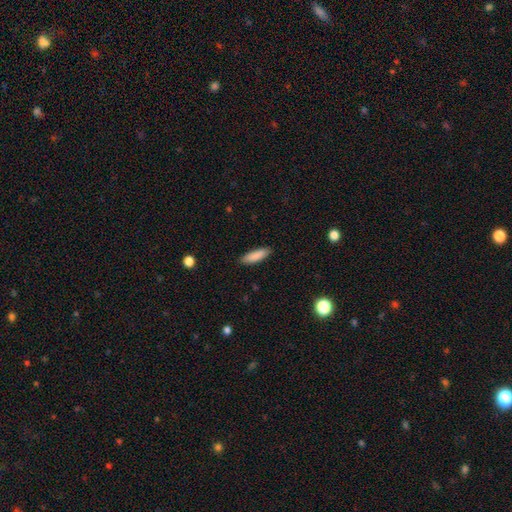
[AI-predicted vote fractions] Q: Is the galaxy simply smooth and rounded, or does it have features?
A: smooth — 88%.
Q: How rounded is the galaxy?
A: cigar-shaped — 57%.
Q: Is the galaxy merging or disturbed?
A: none — 88%.